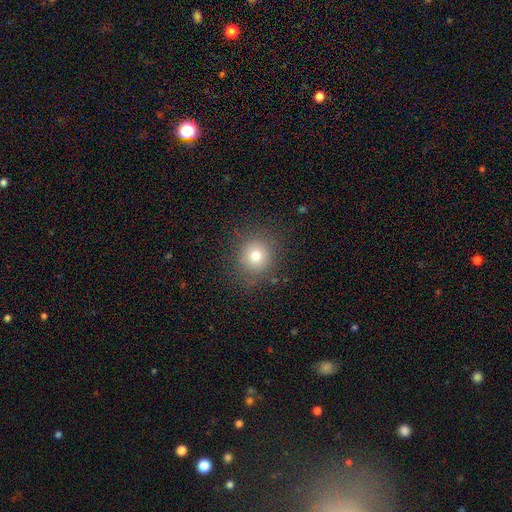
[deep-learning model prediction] A smooth galaxy with no disk features (75%) that is round (90%).

Vote fractions:
- Smooth or featured? smooth: 75% / star or artifact: 14% / featured or disk: 10%
- How rounded? round: 90% / in between: 9% / cigar-shaped: 1%
- Merging? none: 85% / minor disturbance: 10% / major disturbance: 4% / merger: 1%